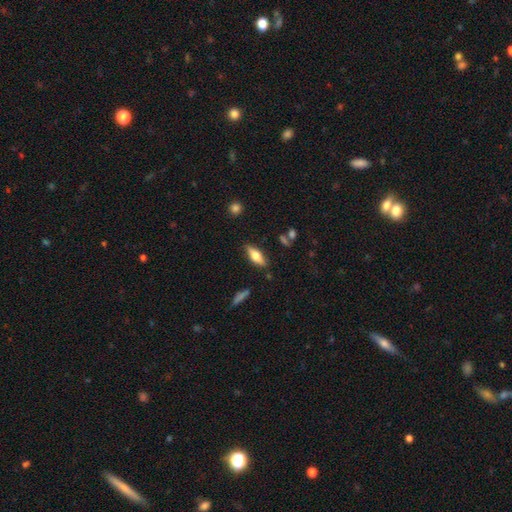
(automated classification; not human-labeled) Morphology: type=smooth (54%); roundness=in between (61%); merging=none (83%).